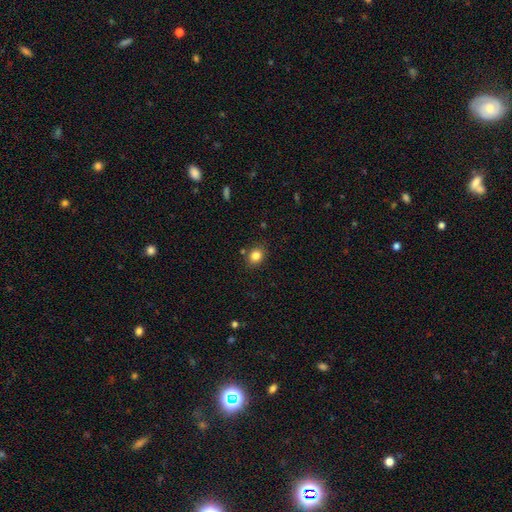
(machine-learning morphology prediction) smooth-or-featured: smooth: 83% | star or artifact: 11% | featured or disk: 6%
  how-rounded: round: 58% | in between: 41% | cigar-shaped: 1%
  merging: none: 83% | minor disturbance: 11% | merger: 4% | major disturbance: 3%